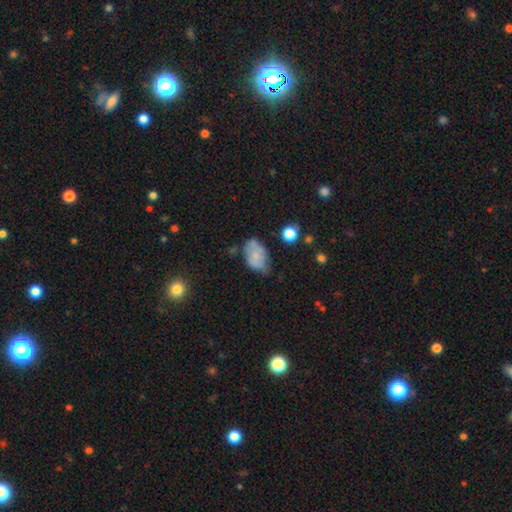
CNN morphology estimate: smooth-or-featured: smooth: 63% | featured or disk: 28% | star or artifact: 9%
  how-rounded: in between: 87% | round: 11% | cigar-shaped: 2%
  merging: none: 41% | minor disturbance: 39% | major disturbance: 14% | merger: 6%